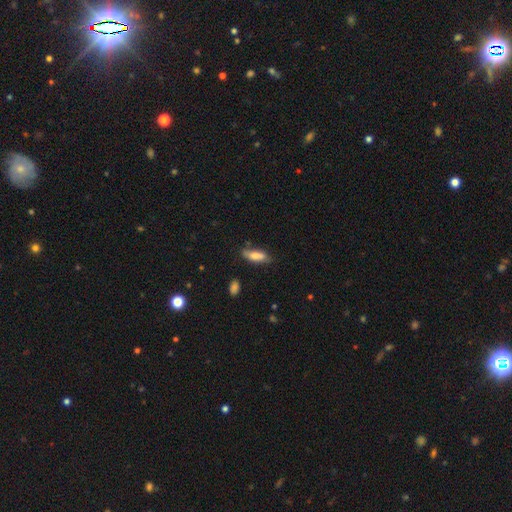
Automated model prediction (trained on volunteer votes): Q: Smooth or featured?
A: smooth (73%); runner-up: featured or disk (20%)
Q: How rounded?
A: in between (63%); runner-up: cigar-shaped (35%)
Q: Merging?
A: none (68%); runner-up: minor disturbance (23%)